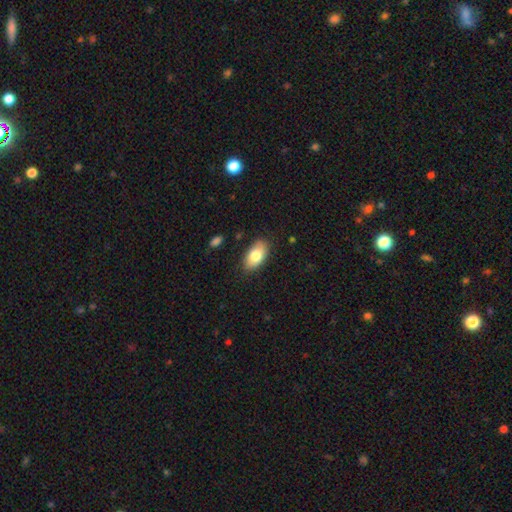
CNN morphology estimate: Smooth or featured? Predicted: smooth (p=0.78). How rounded? Predicted: in between (p=0.93). Merging? Predicted: none (p=0.83).